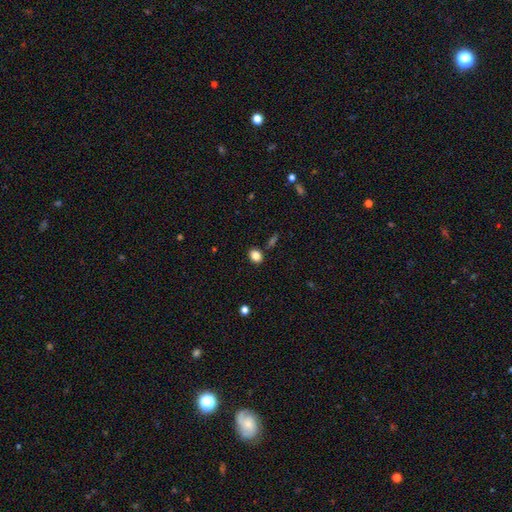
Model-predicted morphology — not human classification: A smooth galaxy with no disk features (84%) that is in between round and cigar-shaped (55%). Merging: none (84%).